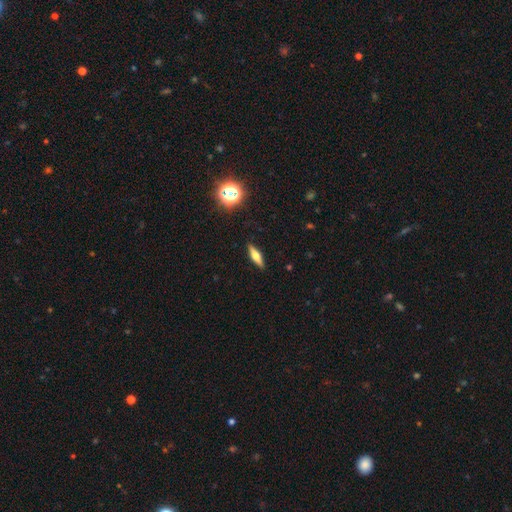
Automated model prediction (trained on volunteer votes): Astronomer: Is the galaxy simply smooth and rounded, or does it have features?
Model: featured or disk — 47% (runner-up: smooth, 44%).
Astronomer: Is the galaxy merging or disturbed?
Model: none — 89%.